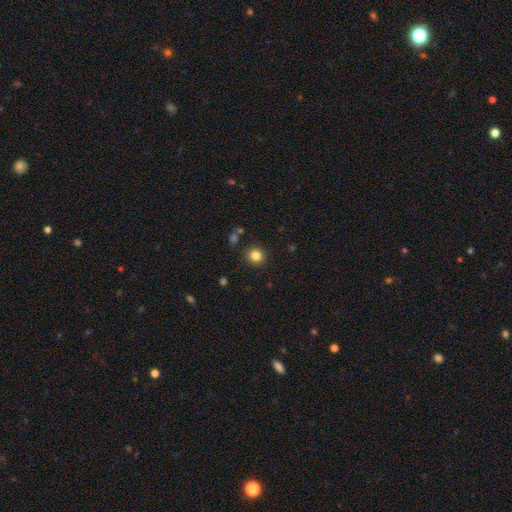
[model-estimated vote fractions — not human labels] Morphology: type=smooth (83%); roundness=round (90%); merging=none (89%).